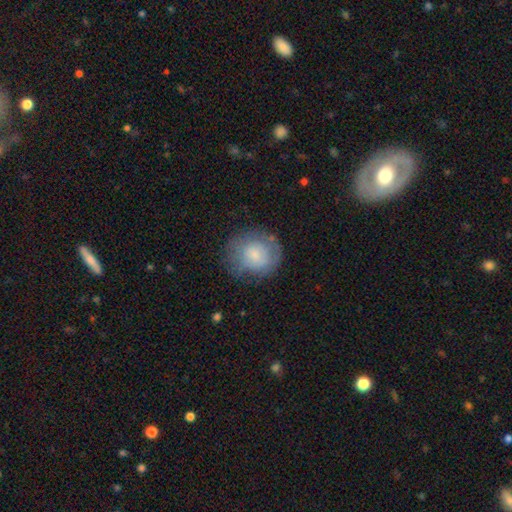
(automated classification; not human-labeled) Smooth or featured?
  - smooth: 68% *
  - featured or disk: 24%
  - star or artifact: 8%
How rounded?
  - round: 80% *
  - in between: 19%
  - cigar-shaped: 1%
Merging?
  - none: 68% *
  - minor disturbance: 20%
  - major disturbance: 10%
  - merger: 2%